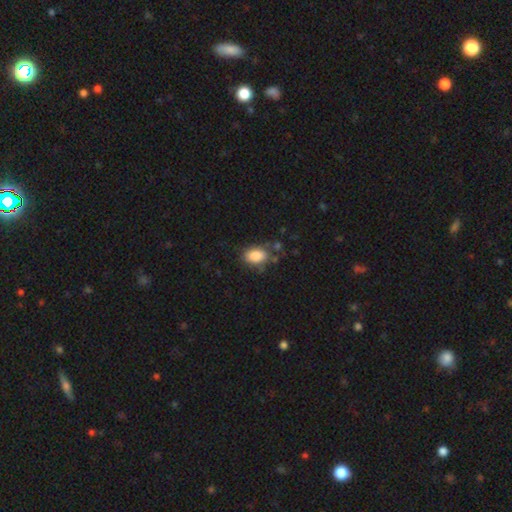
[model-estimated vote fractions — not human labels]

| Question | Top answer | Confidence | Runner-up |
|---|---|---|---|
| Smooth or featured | smooth | 86% | star or artifact (8%) |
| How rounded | in between | 86% | round (13%) |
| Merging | none | 72% | minor disturbance (17%) |